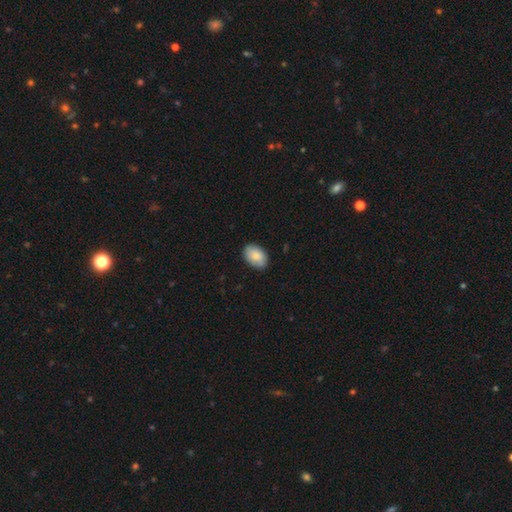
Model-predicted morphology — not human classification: This appears to be a smooth galaxy with no disk features (85%) that is in between round and cigar-shaped (86%). Merging: none (85%).